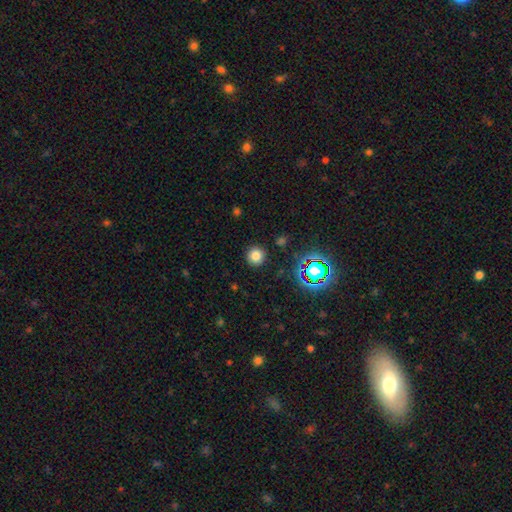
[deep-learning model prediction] The model was most divided on "smooth or featured": smooth: 78%, star or artifact: 16%, featured or disk: 5%. More confident: how rounded — round (94%); merging — none (90%).